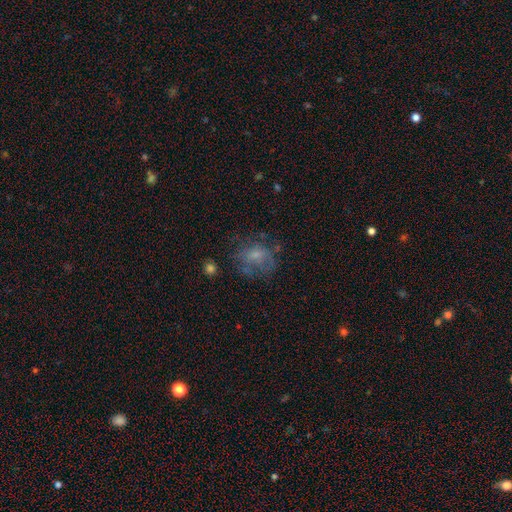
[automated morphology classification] A smooth galaxy with no disk features (51%) that is round (54%).

Vote fractions:
- Smooth or featured? smooth: 51% / featured or disk: 35% / star or artifact: 14%
- How rounded? round: 54% / in between: 45% / cigar-shaped: 1%
- Merging? none: 49% / major disturbance: 25% / minor disturbance: 23% / merger: 4%